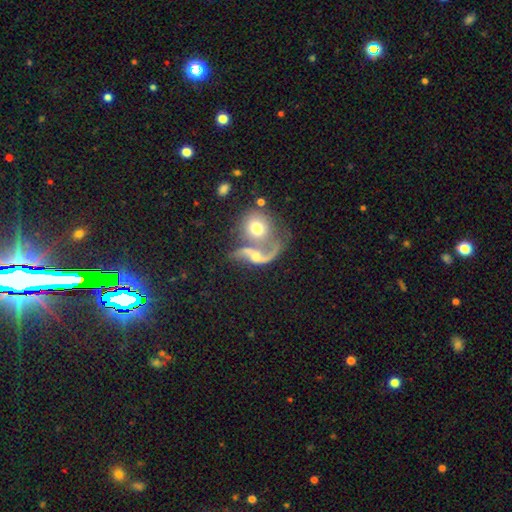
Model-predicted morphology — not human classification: A featured or disk galaxy (73%) with no bar (53%), 2 (79%) loose (85%) spiral arms (87%) and a moderate central bulge (53%).

Vote fractions:
- Smooth or featured? featured or disk: 73% / smooth: 18% / star or artifact: 9%
- Edge-on disk? no: 95% / yes: 5%
- Bar? no: 53% / weak: 35% / strong: 12%
- Spiral arms? yes: 87% / no: 13%
- Spiral winding? loose: 85% / medium: 12% / tight: 3%
- Spiral arm count? 2: 79% / 1: 15% / can't tell: 3% / 3: 1% / 4: 1% / more than 4: 1%
- Bulge size? moderate: 53% / small: 30% / large: 8% / none: 7% / dominant: 2%
- Merging? merger: 53% / none: 23% / major disturbance: 15% / minor disturbance: 9%